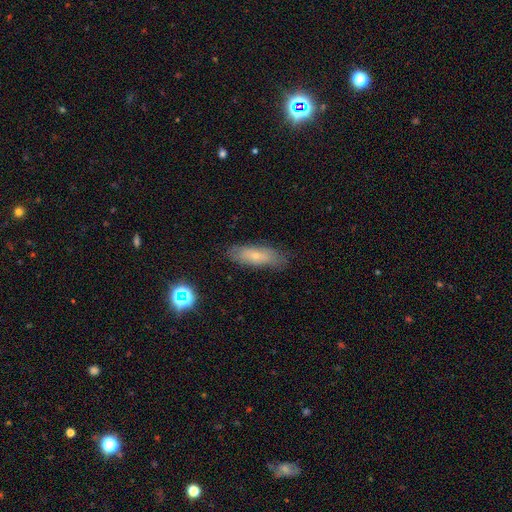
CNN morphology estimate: This is possibly a smooth galaxy (59%). How rounded: possibly in between (55%). Merging: likely none (78%).